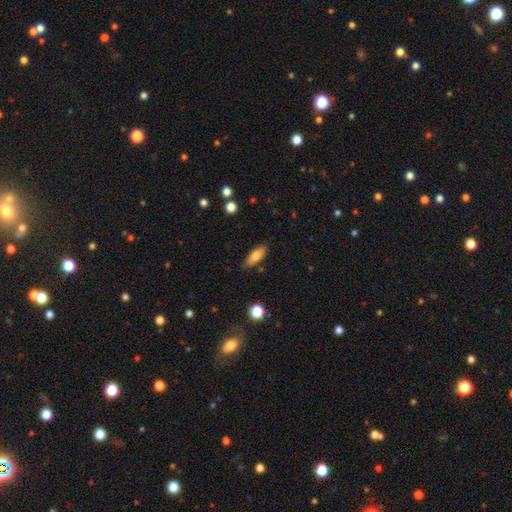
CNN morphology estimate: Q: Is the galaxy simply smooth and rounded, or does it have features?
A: smooth — 76%.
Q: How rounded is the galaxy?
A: in between — 77%.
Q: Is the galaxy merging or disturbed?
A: none — 83%.